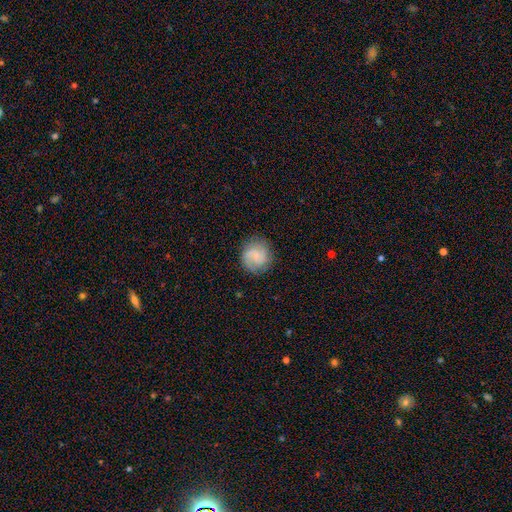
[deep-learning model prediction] Smooth or featured? featured or disk (57%)
Edge-on disk? no (98%)
Bar? no (51%)
Spiral arms? yes (92%)
Spiral winding? medium (45%)
Spiral arm count? 2 (70%)
Bulge size? small (66%)
Merging? none (83%)